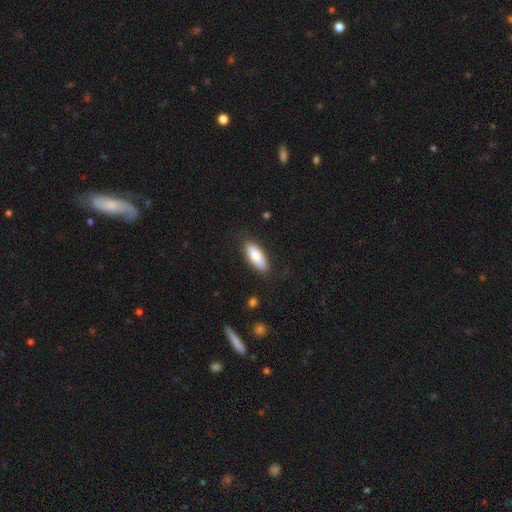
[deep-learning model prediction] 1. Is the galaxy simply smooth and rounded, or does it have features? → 75% smooth, 19% featured or disk, 6% star or artifact.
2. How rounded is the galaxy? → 71% in between, 27% cigar-shaped, 2% round.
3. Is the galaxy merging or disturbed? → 84% none, 12% minor disturbance, 3% major disturbance, 1% merger.